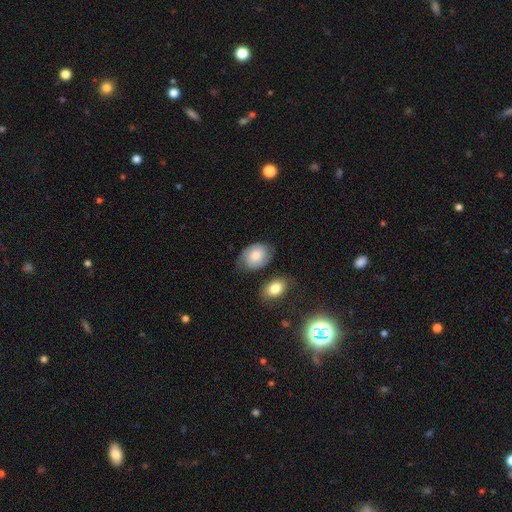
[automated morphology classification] This is possibly a smooth galaxy (57%). How rounded: likely in between (76%). Merging: likely none (68%).